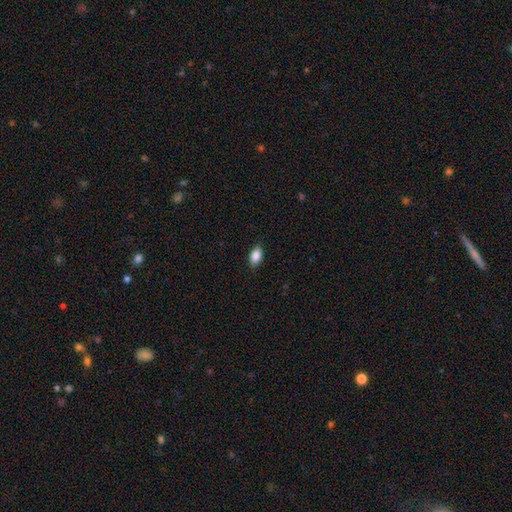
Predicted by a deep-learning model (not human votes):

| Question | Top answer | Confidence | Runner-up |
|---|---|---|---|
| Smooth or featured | smooth | 87% | star or artifact (7%) |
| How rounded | in between | 91% | round (5%) |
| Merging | none | 86% | minor disturbance (11%) |